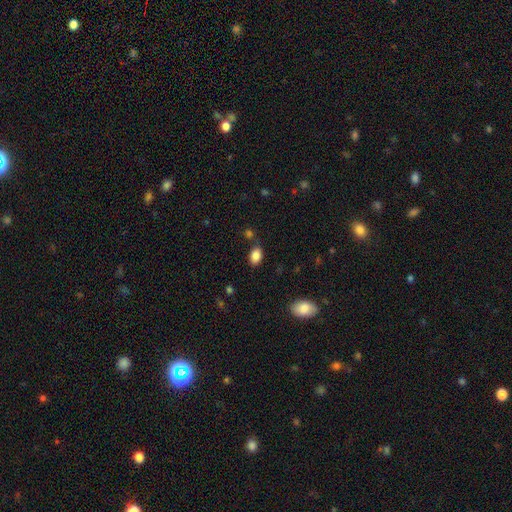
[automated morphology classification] Overall: smooth (86%). How rounded: in between (85%). Merging: none (76%).